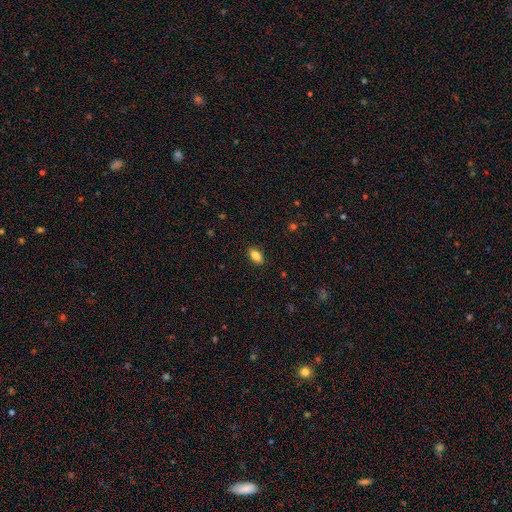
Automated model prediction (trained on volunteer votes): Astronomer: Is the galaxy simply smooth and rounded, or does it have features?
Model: smooth — 84%.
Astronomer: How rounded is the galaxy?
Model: in between — 89%.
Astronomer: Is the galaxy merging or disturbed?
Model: none — 88%.